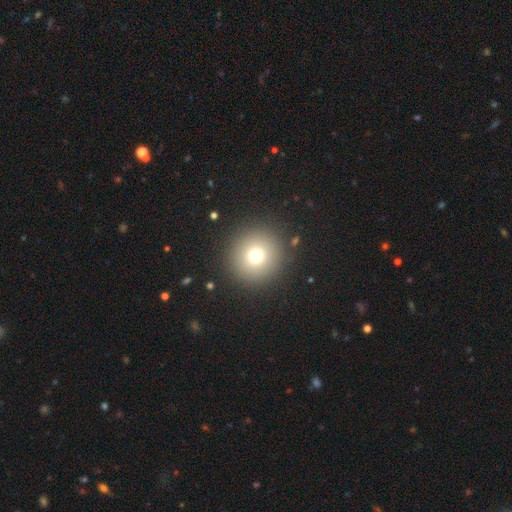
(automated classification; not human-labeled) Q: Smooth or featured?
A: smooth (74%); runner-up: star or artifact (15%)
Q: How rounded?
A: round (95%); runner-up: in between (4%)
Q: Merging?
A: none (90%); runner-up: minor disturbance (6%)